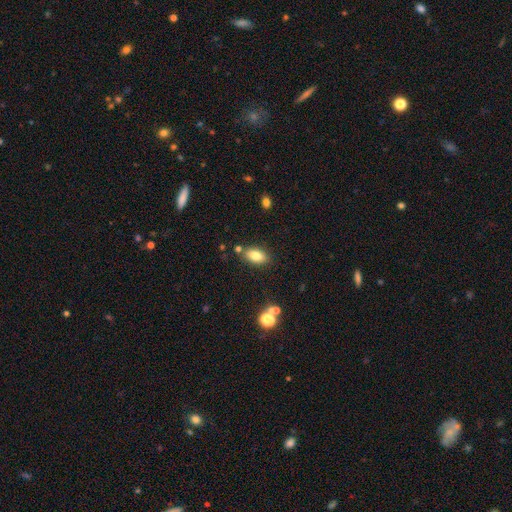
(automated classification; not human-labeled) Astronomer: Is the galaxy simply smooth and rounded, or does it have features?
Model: smooth — 81%.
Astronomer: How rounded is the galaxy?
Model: in between — 90%.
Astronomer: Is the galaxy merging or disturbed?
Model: none — 80%.